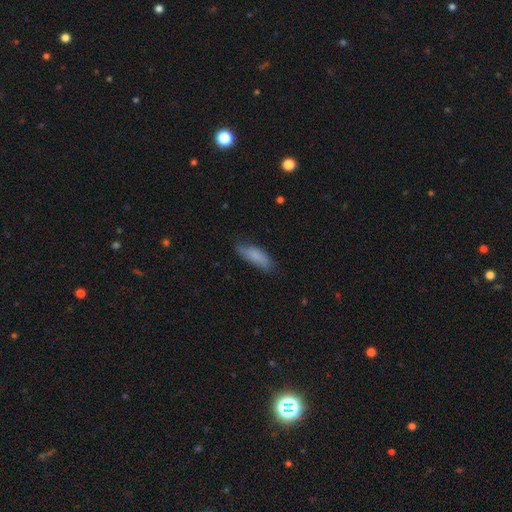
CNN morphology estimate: smooth_or_featured: smooth (p=0.81) [alt: featured or disk p=0.12]
how_rounded: in between (p=0.59) [alt: cigar-shaped p=0.39]
merging: none (p=0.69) [alt: minor disturbance p=0.24]